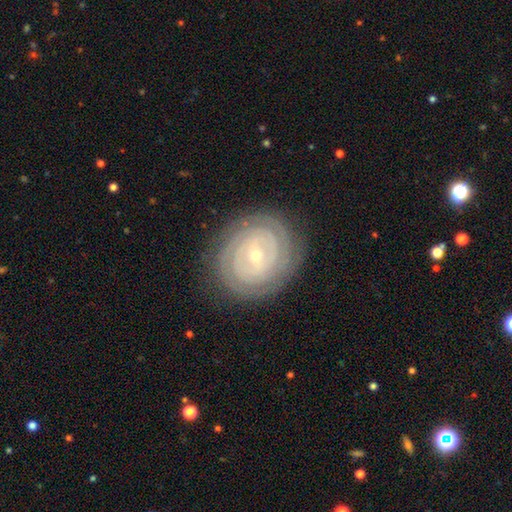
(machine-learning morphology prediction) Overall: featured or disk (83%). Edge-on disk: no (97%). Bar: no (44%; weak 37%). Spiral arms: yes (93%). Spiral arm count: can't tell (36%; 2 29%). Spiral winding: tight (89%). Bulge size: small (72%). Merging: none (84%).